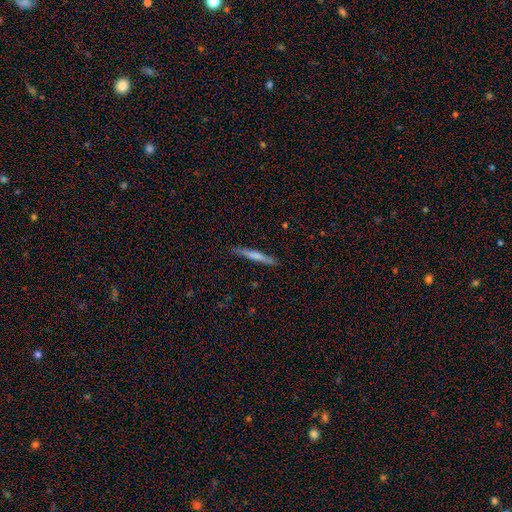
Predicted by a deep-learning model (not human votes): A smooth galaxy with no disk features (63%) that is cigar-shaped (95%).

Vote fractions:
- Smooth or featured? smooth: 63% / featured or disk: 31% / star or artifact: 6%
- How rounded? cigar-shaped: 95% / in between: 4% / round: 1%
- Merging? none: 86% / minor disturbance: 10% / major disturbance: 2% / merger: 1%